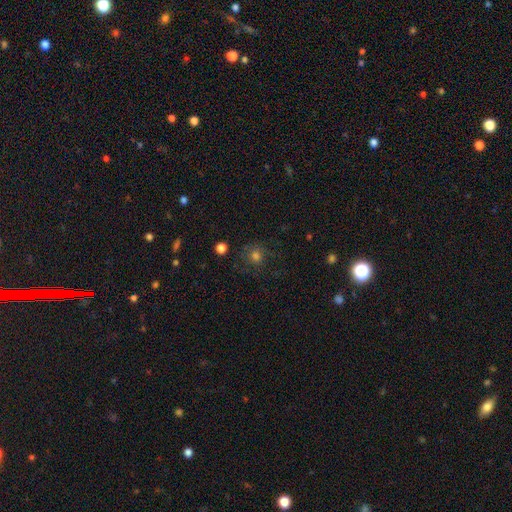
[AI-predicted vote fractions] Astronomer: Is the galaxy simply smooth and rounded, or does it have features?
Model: smooth — 72%.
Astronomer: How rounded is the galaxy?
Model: round — 90%.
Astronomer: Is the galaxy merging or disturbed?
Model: none — 77%.